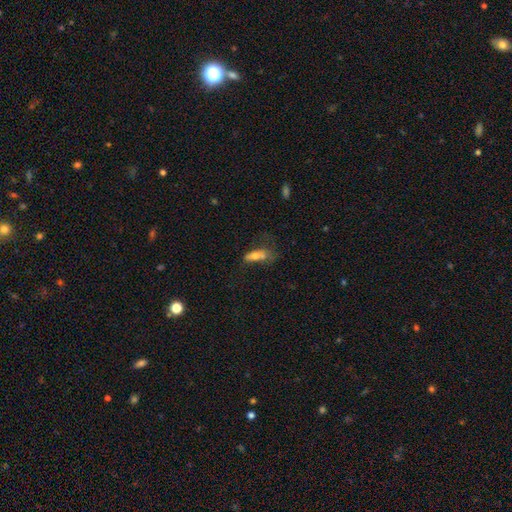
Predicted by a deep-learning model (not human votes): A smooth galaxy with no disk features (68%) that is in between round and cigar-shaped (70%). Merging: none (32%).